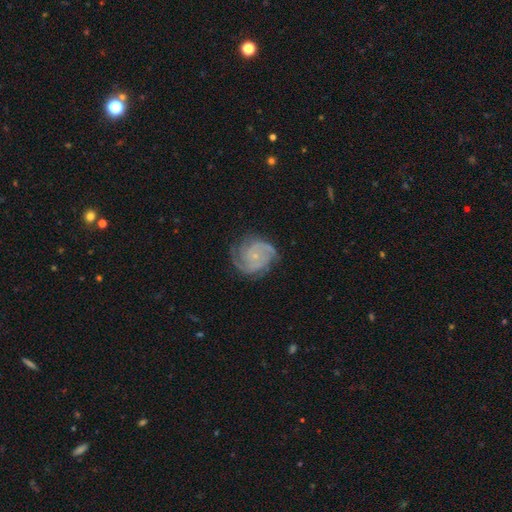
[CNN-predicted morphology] A featured or disk galaxy (89%) with no bar (76%), 3 (40%) tight (60%) spiral arms (98%) and a small central bulge (81%). Merging: none (75%).